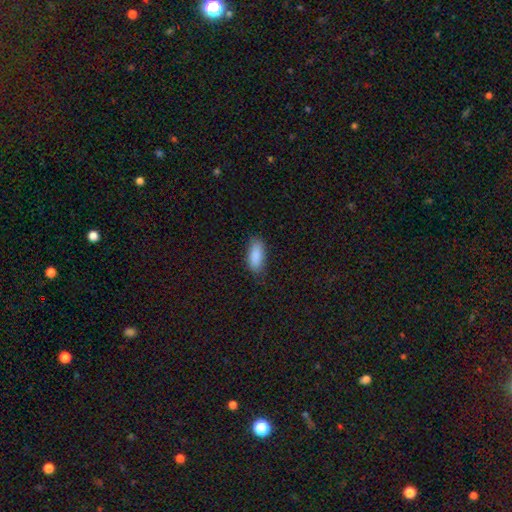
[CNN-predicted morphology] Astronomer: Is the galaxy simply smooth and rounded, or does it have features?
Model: smooth — 89%.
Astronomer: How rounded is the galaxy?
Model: in between — 83%.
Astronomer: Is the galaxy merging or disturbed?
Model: none — 81%.